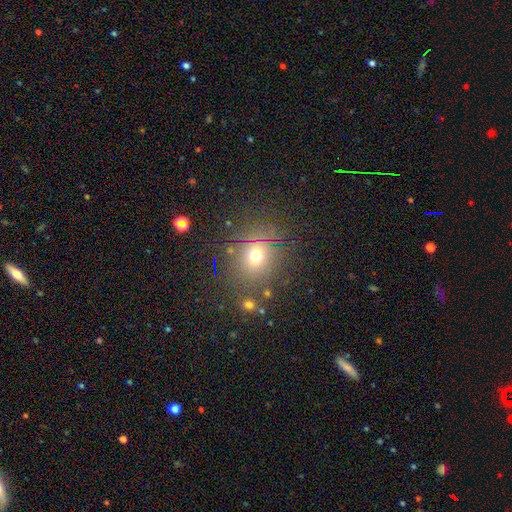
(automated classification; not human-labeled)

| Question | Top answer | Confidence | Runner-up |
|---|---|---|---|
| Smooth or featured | smooth | 65% | star or artifact (24%) |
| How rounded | round | 79% | in between (20%) |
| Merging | none | 80% | minor disturbance (11%) |